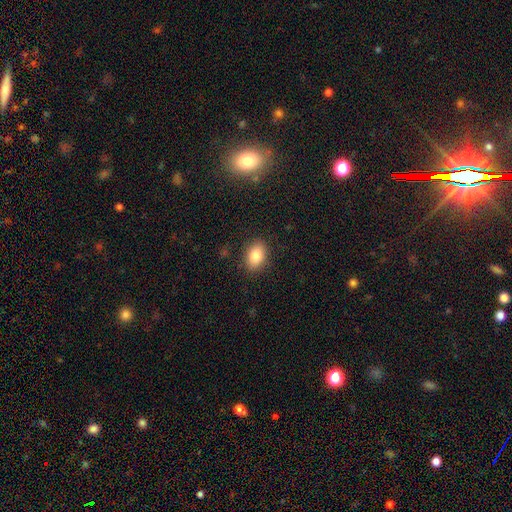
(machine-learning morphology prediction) type=smooth (84%); roundness=in between (82%); merging=none (87%).